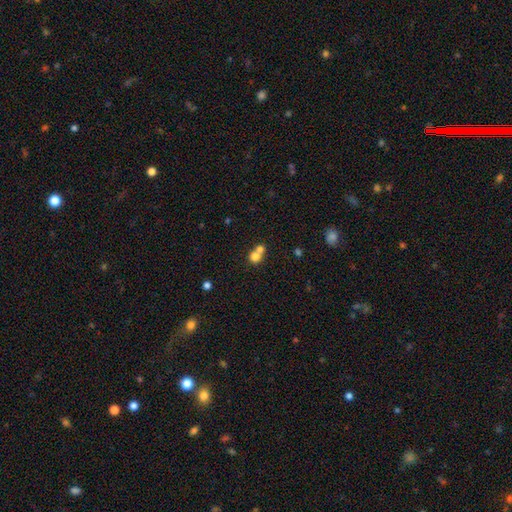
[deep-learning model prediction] A smooth galaxy with no disk features (76%) that is round (80%).

Vote fractions:
- Smooth or featured? smooth: 76% / featured or disk: 12% / star or artifact: 11%
- How rounded? round: 80% / in between: 19% / cigar-shaped: 1%
- Merging? merger: 60% / none: 33% / minor disturbance: 5% / major disturbance: 3%